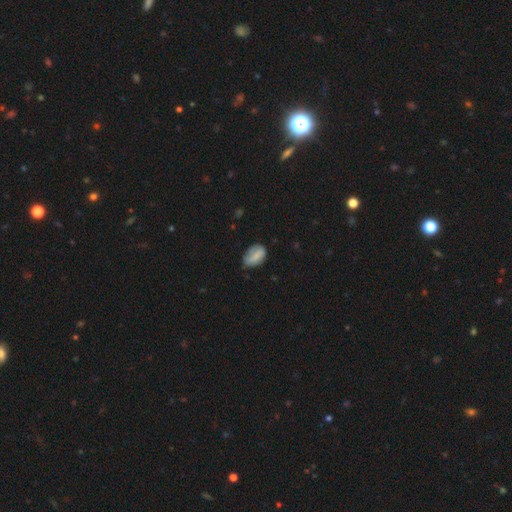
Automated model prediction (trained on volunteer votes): smooth-or-featured: smooth: 73% | featured or disk: 19% | star or artifact: 8%
  how-rounded: in between: 89% | round: 9% | cigar-shaped: 2%
  merging: none: 57% | minor disturbance: 32% | major disturbance: 8% | merger: 2%